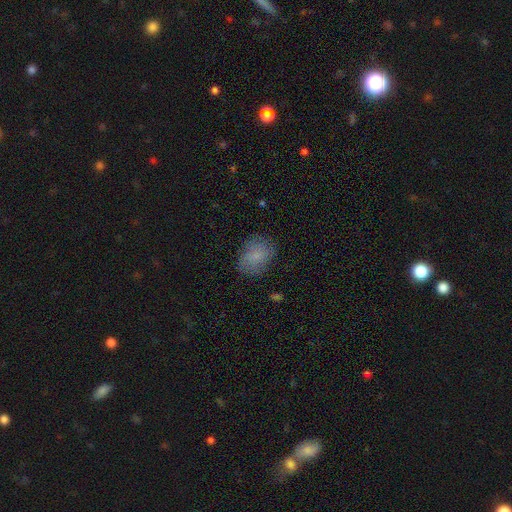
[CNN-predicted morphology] This is likely a smooth galaxy (78%). How rounded: likely in between (70%). Merging: likely none (74%).